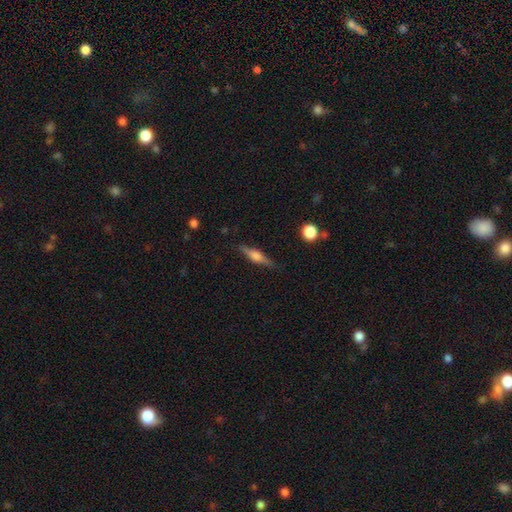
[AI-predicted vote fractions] This appears to be a featured or disk galaxy (62%) viewed edge-on (96%) with a rounded central bulge (84%). Merging: none (86%).